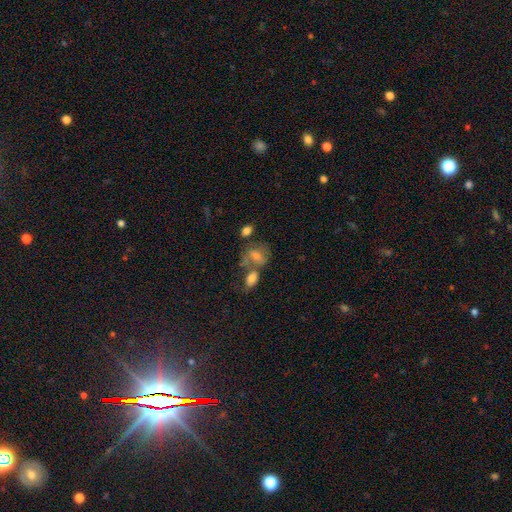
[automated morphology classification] This is possibly a smooth galaxy (59%). How rounded: likely in between (69%). Merging: marginally none (39%).